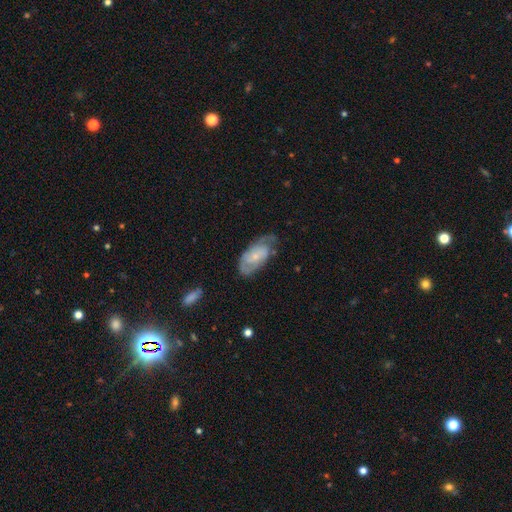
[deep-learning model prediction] featured or disk 62%, smooth 32%, star or artifact 6%. Down the decision tree: edge-on disk — no (94%); bar — no (71%); spiral arms — yes (81%); bulge size — small (68%); merging — none (54%).